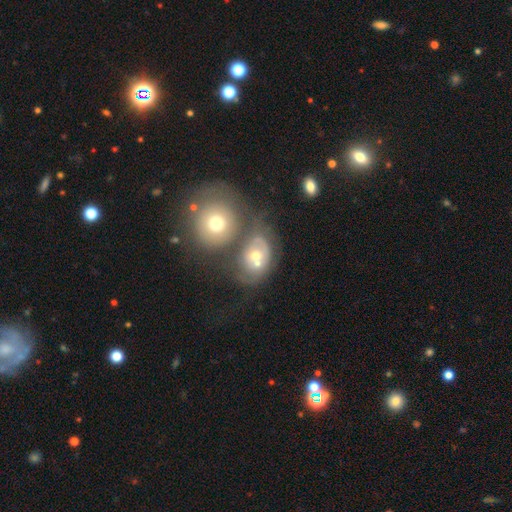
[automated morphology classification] type=featured or disk (46%); merging=merger (43%).